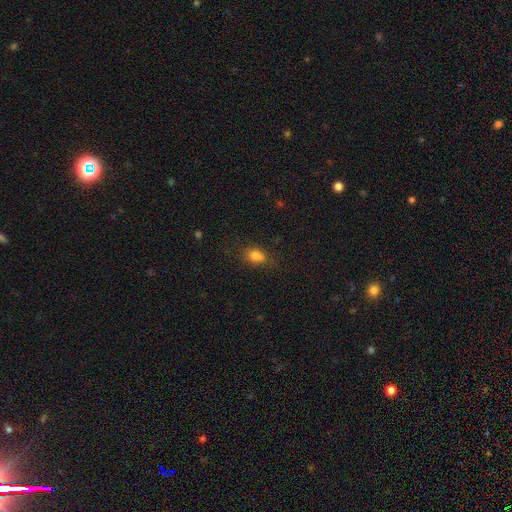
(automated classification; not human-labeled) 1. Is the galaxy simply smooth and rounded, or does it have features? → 80% smooth, 12% star or artifact, 8% featured or disk.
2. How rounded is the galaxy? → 75% in between, 22% round, 3% cigar-shaped.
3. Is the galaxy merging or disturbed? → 66% none, 21% minor disturbance, 7% major disturbance, 6% merger.